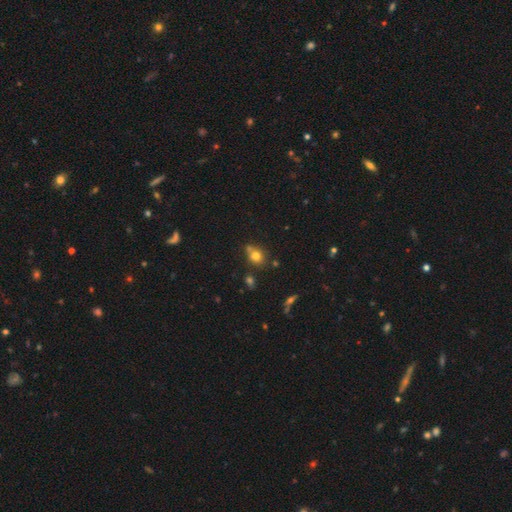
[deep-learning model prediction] smooth_or_featured: smooth (p=0.75) [alt: star or artifact p=0.14]
how_rounded: round (p=0.66) [alt: in between p=0.33]
merging: none (p=0.60) [alt: merger p=0.21]